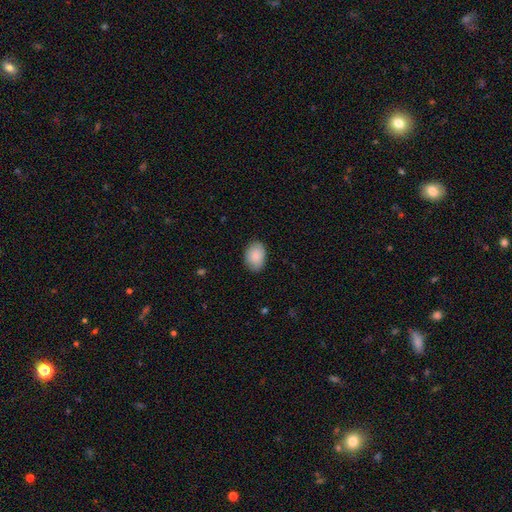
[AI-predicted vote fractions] Q: Smooth or featured?
A: smooth (88%); runner-up: star or artifact (6%)
Q: How rounded?
A: in between (81%); runner-up: round (18%)
Q: Merging?
A: none (84%); runner-up: minor disturbance (13%)